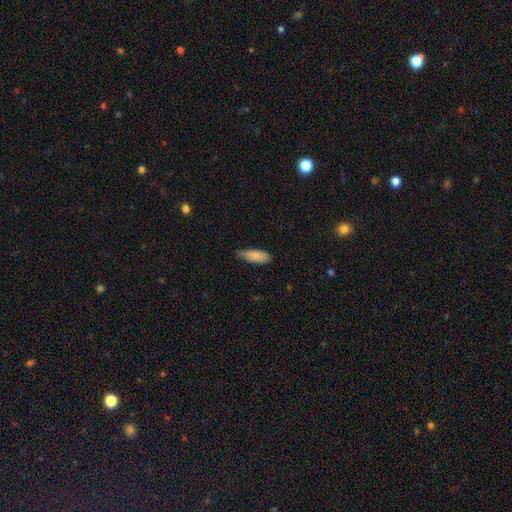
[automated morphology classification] Smooth or featured?
  - smooth: 82% *
  - featured or disk: 12%
  - star or artifact: 6%
How rounded?
  - in between: 74% *
  - cigar-shaped: 25%
  - round: 2%
Merging?
  - none: 64% *
  - minor disturbance: 30%
  - major disturbance: 4%
  - merger: 1%